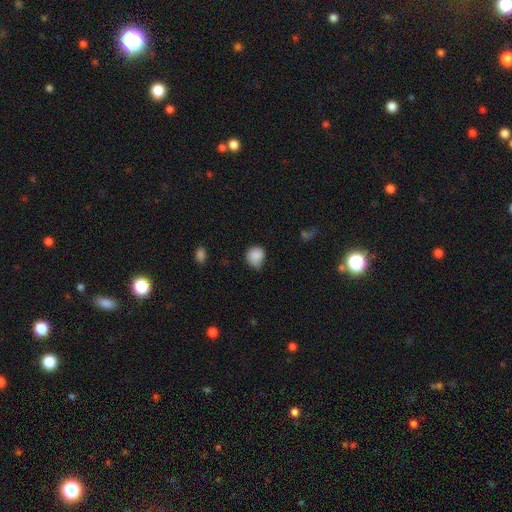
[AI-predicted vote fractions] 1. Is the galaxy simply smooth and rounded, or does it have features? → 86% smooth, 9% star or artifact, 6% featured or disk.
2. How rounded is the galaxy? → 78% round, 22% in between, 1% cigar-shaped.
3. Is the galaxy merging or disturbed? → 53% none, 37% minor disturbance, 8% major disturbance, 2% merger.